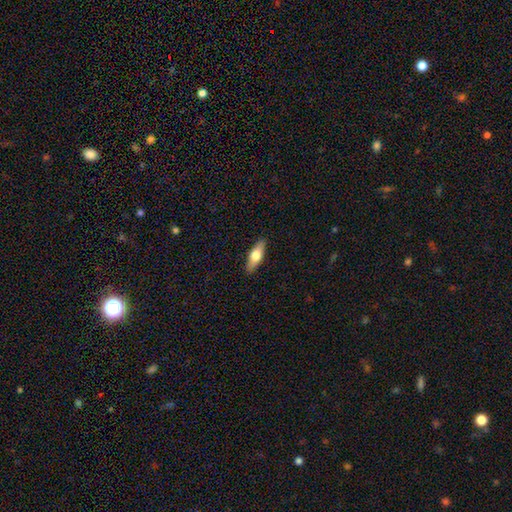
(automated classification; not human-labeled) Smooth or featured?
  - smooth: 63% *
  - featured or disk: 32%
  - star or artifact: 6%
How rounded?
  - in between: 59% *
  - cigar-shaped: 38%
  - round: 3%
Merging?
  - none: 89% *
  - minor disturbance: 8%
  - major disturbance: 2%
  - merger: 1%